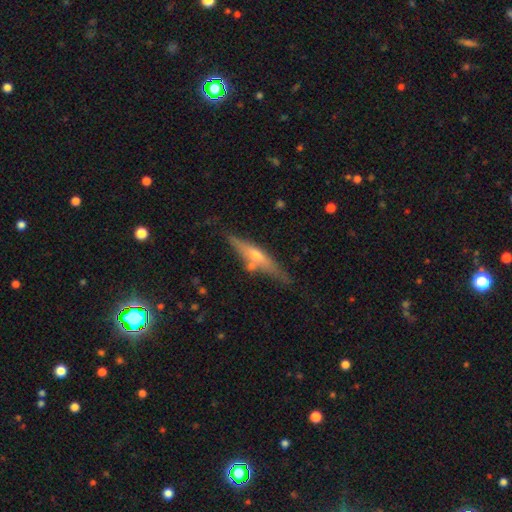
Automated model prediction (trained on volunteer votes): This is likely a featured or disk galaxy (64%). It is clearly viewed edge-on (92%). Edge-on bulge: clearly rounded (85%). Merging: likely none (74%).